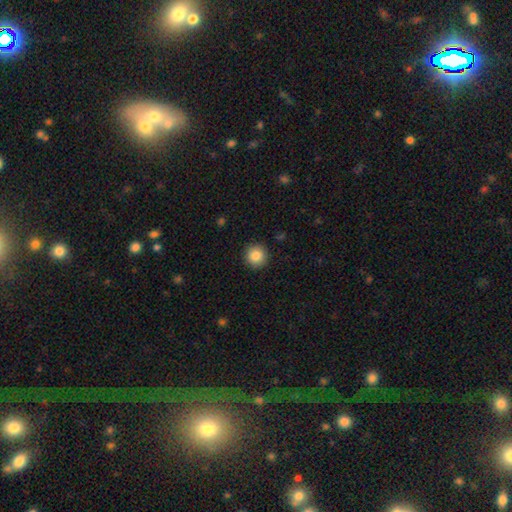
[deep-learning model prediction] This is clearly a smooth galaxy (86%). How rounded: clearly round (95%). Merging: clearly none (92%).